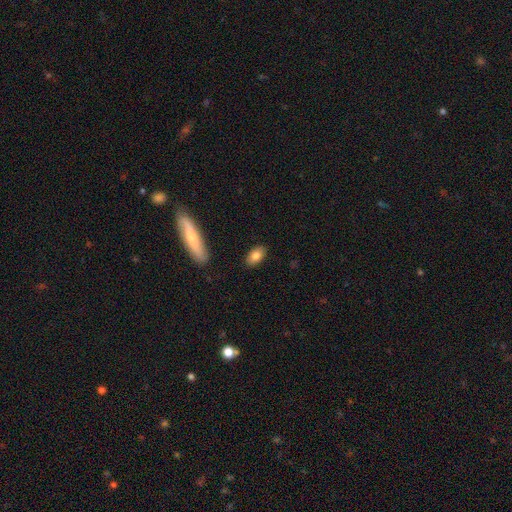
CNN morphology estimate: Overall: smooth (82%). How rounded: in between (90%). Merging: none (87%).